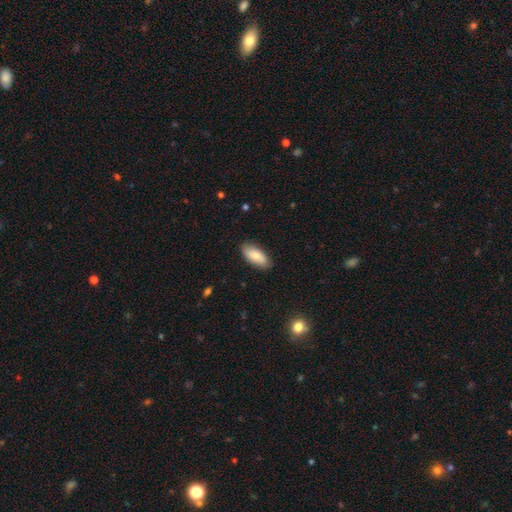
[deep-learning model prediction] This appears to be a smooth galaxy with no disk features (80%) that is in between round and cigar-shaped (87%). Merging: none (84%).